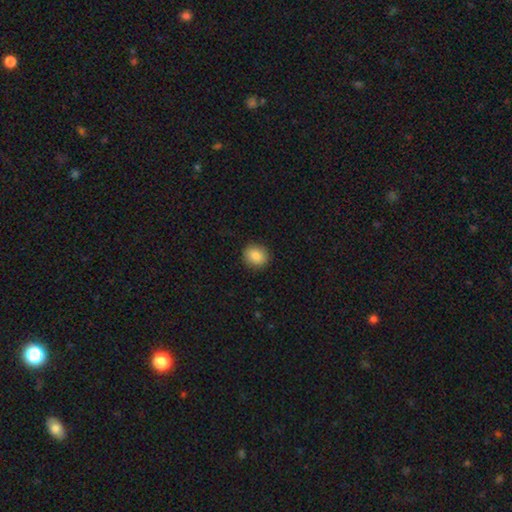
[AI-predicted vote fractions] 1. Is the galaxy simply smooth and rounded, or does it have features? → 86% smooth, 9% star or artifact, 5% featured or disk.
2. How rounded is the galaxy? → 71% round, 28% in between, 1% cigar-shaped.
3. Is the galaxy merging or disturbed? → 90% none, 7% minor disturbance, 2% major disturbance, 1% merger.